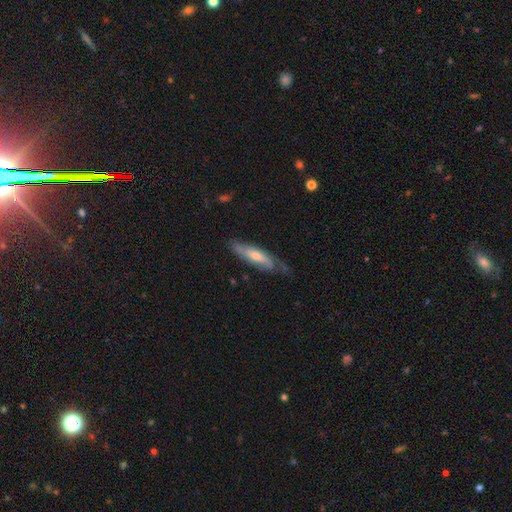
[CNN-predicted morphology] featured or disk 66%, smooth 28%, star or artifact 6%. Down the decision tree: edge-on disk — no (65%); merging — none (65%).